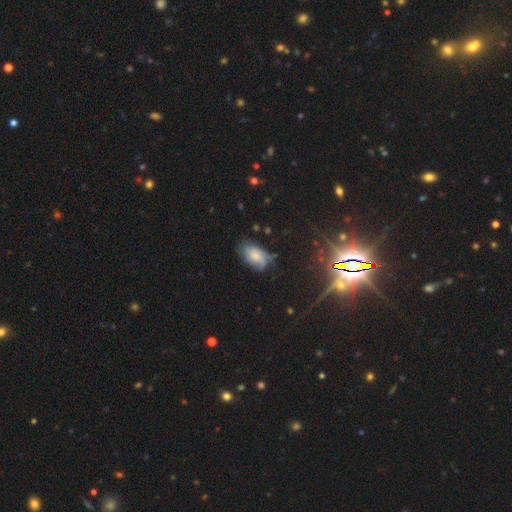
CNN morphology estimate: Smooth or featured: smooth — 53% (featured or disk — 36%)
How rounded: in between — 91% (round — 6%)
Merging: none — 57% (minor disturbance — 30%)